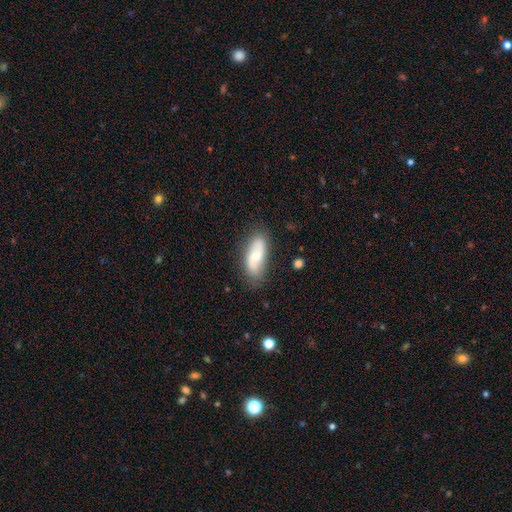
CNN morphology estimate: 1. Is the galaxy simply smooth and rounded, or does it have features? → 48% smooth, 46% featured or disk, 6% star or artifact.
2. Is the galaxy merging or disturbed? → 79% none, 16% minor disturbance, 4% major disturbance, 2% merger.